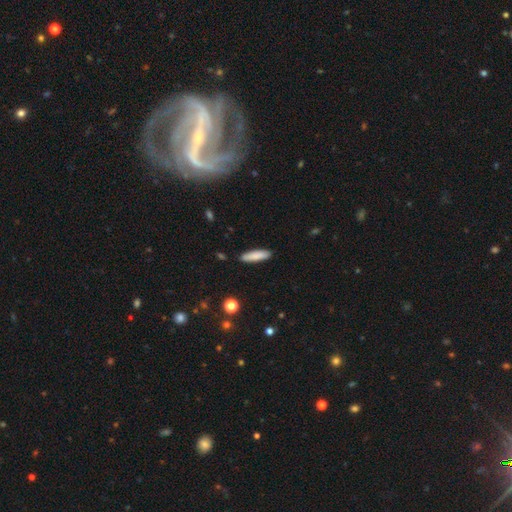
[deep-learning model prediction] Smooth or featured: smooth — 84% (featured or disk — 9%)
How rounded: cigar-shaped — 76% (in between — 23%)
Merging: none — 88% (minor disturbance — 9%)